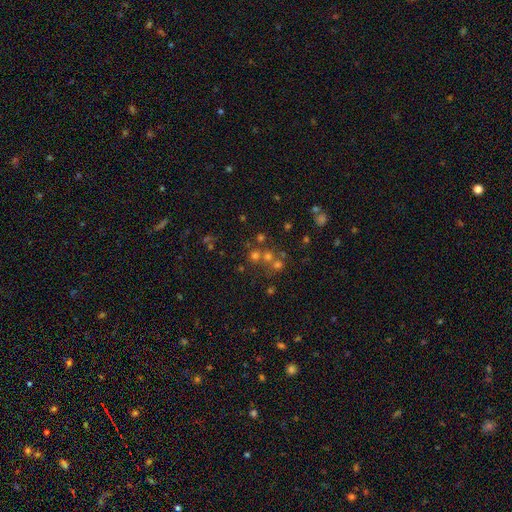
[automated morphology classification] Smooth or featured? smooth (48%)
Merging? none (59%)